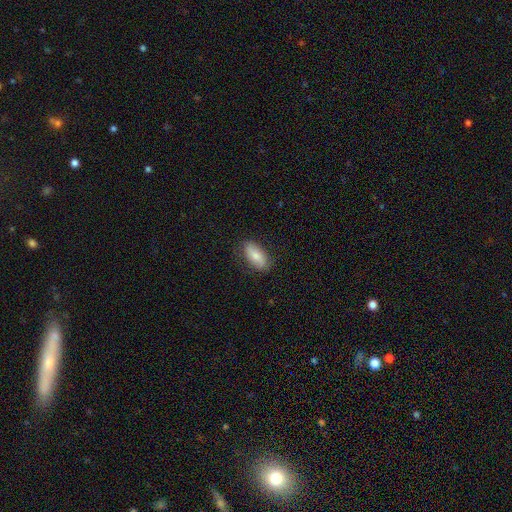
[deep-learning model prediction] smooth 78%, featured or disk 16%, star or artifact 6%. Down the decision tree: how rounded — in between (91%); merging — none (82%).